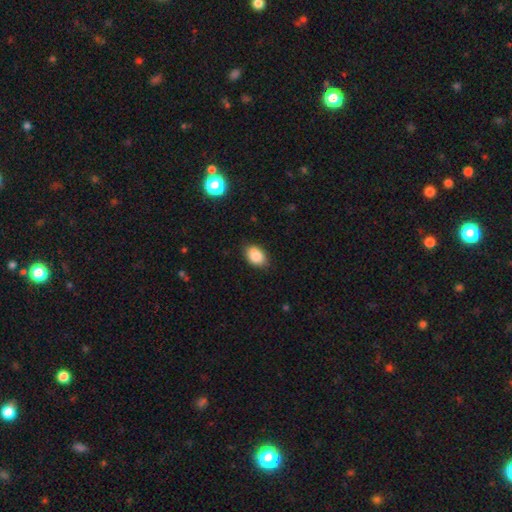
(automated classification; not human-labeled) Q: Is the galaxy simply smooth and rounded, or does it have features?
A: smooth — 86%.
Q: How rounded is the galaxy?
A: in between — 85%.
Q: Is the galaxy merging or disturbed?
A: none — 78%.